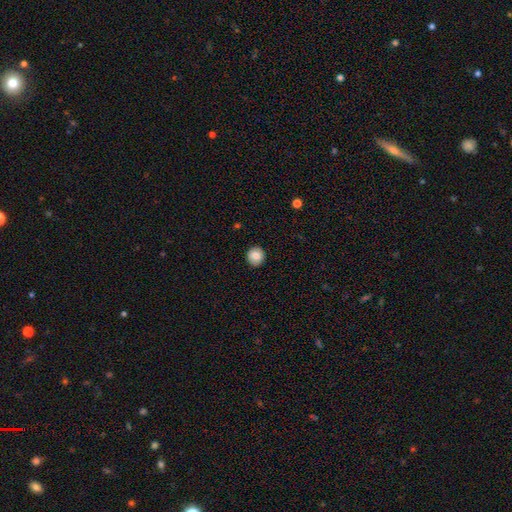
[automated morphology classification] Smooth or featured? smooth (81%)
How rounded? round (91%)
Merging? none (92%)